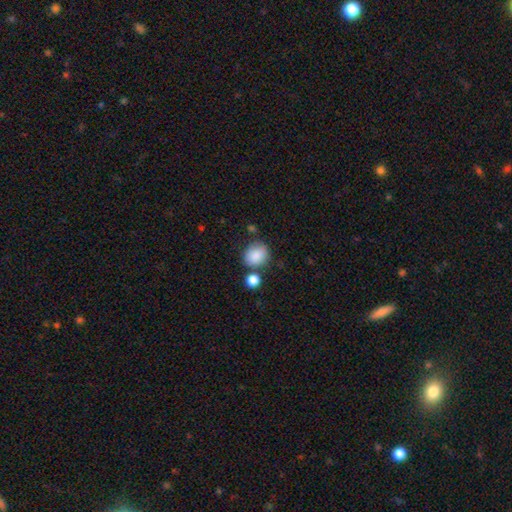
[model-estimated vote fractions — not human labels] Smooth or featured?
  - smooth: 86% *
  - star or artifact: 8%
  - featured or disk: 6%
How rounded?
  - round: 58% *
  - in between: 41%
  - cigar-shaped: 1%
Merging?
  - none: 63% *
  - minor disturbance: 17%
  - merger: 14%
  - major disturbance: 5%